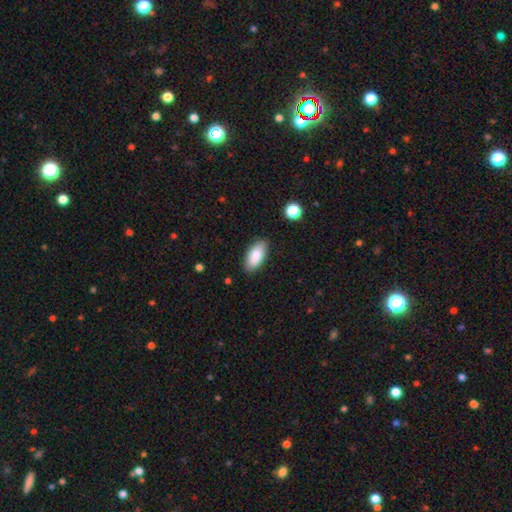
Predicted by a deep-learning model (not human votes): A smooth galaxy with no disk features (86%) that is in between round and cigar-shaped (89%).

Vote fractions:
- Smooth or featured? smooth: 86% / featured or disk: 8% / star or artifact: 6%
- How rounded? in between: 89% / cigar-shaped: 9% / round: 2%
- Merging? none: 86% / minor disturbance: 10% / major disturbance: 2% / merger: 1%